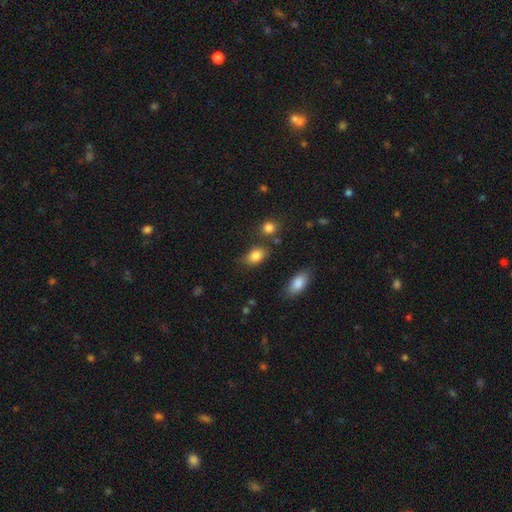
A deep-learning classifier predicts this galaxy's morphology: A smooth galaxy with no disk features (85%) that is in between round and cigar-shaped (82%).

Vote fractions:
- Smooth or featured? smooth: 85% / star or artifact: 9% / featured or disk: 6%
- How rounded? in between: 82% / round: 16% / cigar-shaped: 2%
- Merging? none: 70% / minor disturbance: 18% / merger: 7% / major disturbance: 5%